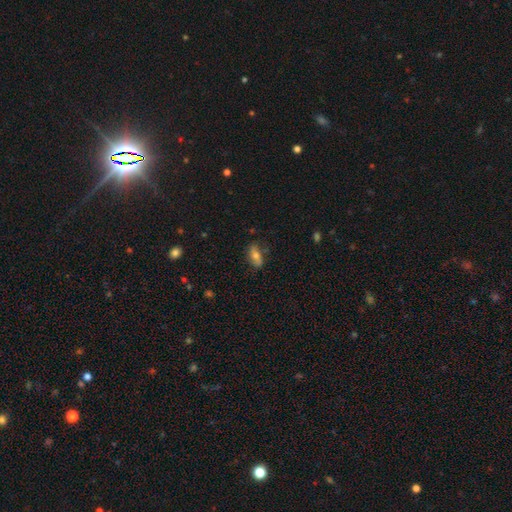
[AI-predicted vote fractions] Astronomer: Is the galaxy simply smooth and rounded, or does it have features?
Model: smooth — 63%.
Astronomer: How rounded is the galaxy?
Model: in between — 77%.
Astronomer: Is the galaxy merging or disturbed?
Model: none — 75%.